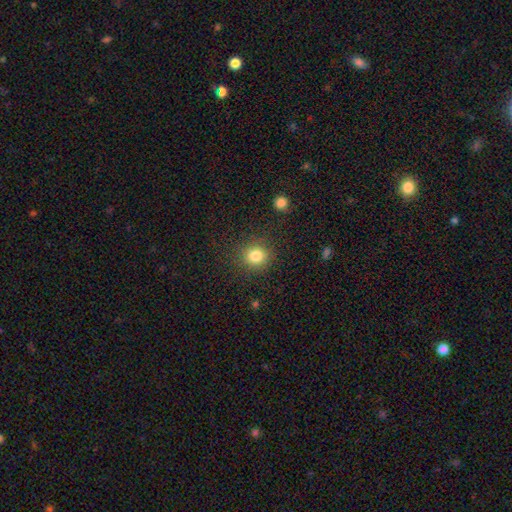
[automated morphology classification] smooth 82%, star or artifact 12%, featured or disk 6%. Down the decision tree: how rounded — round (86%); merging — none (87%).